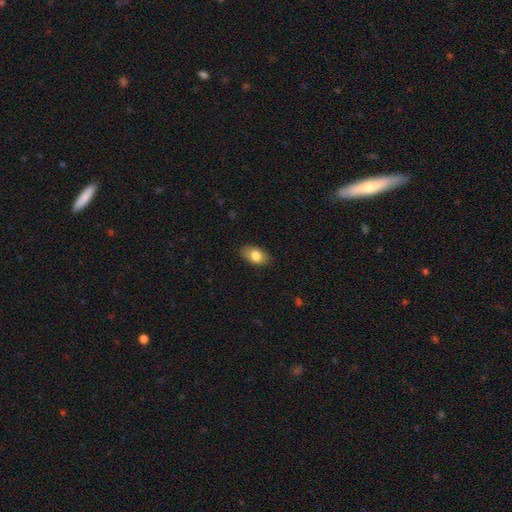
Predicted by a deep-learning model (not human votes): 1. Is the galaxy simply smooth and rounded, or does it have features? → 81% smooth, 12% featured or disk, 7% star or artifact.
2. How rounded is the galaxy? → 91% in between, 8% round, 2% cigar-shaped.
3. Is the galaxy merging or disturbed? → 85% none, 12% minor disturbance, 2% major disturbance, 1% merger.